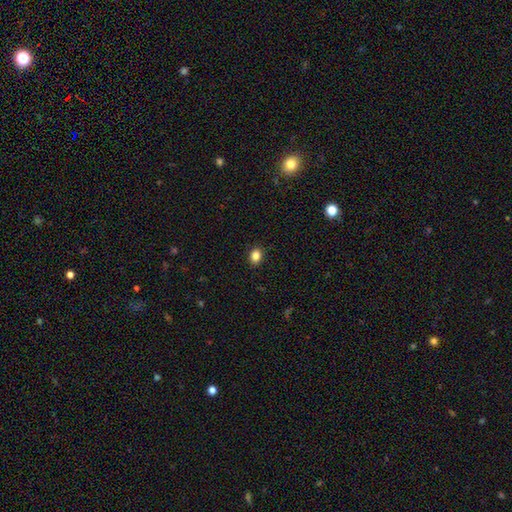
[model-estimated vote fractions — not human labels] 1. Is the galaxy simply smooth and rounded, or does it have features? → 85% smooth, 11% star or artifact, 5% featured or disk.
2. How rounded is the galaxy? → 53% in between, 46% round, 1% cigar-shaped.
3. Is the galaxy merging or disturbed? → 90% none, 7% minor disturbance, 2% major disturbance, 1% merger.